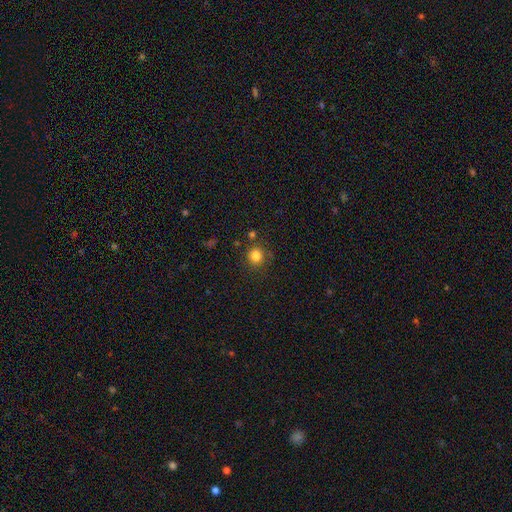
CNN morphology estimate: smooth_or_featured: smooth (p=0.82) [alt: star or artifact p=0.13]
how_rounded: round (p=0.90) [alt: in between p=0.10]
merging: none (p=0.83) [alt: minor disturbance p=0.09]